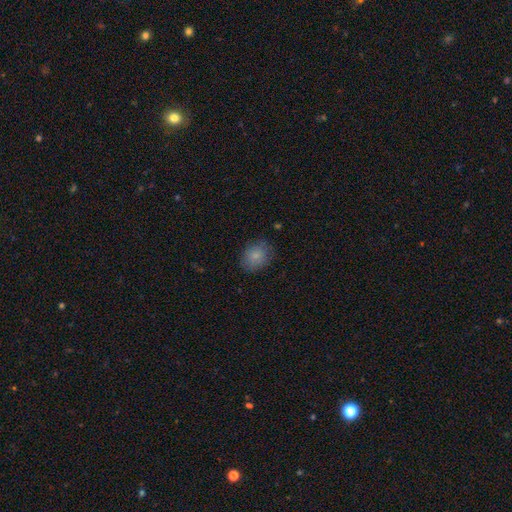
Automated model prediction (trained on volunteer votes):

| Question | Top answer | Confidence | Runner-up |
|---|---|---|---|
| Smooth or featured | smooth | 83% | featured or disk (8%) |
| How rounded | round | 53% | in between (46%) |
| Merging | none | 78% | minor disturbance (17%) |